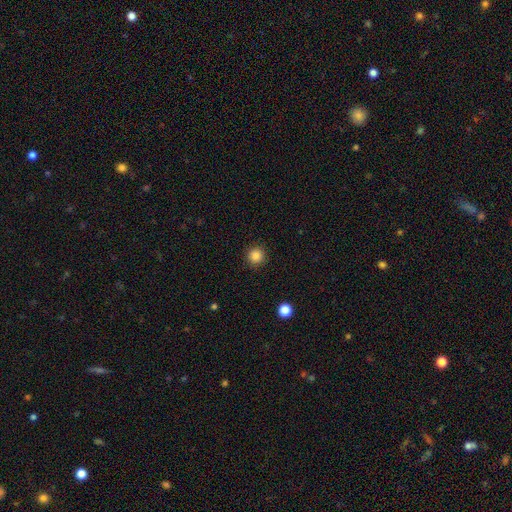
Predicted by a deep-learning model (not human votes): Smooth or featured?
  - smooth: 85% *
  - star or artifact: 11%
  - featured or disk: 4%
How rounded?
  - round: 95% *
  - in between: 4%
  - cigar-shaped: 1%
Merging?
  - none: 92% *
  - minor disturbance: 5%
  - major disturbance: 2%
  - merger: 1%